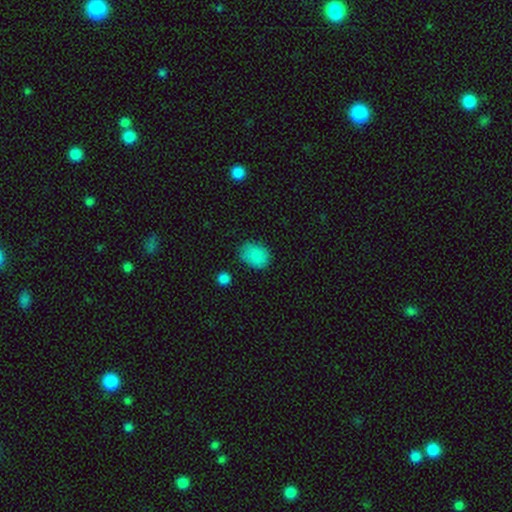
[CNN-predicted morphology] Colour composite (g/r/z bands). It shows a smooth galaxy with no disk features (86%) that is in between round and cigar-shaped (59%). Merging: none (73%).